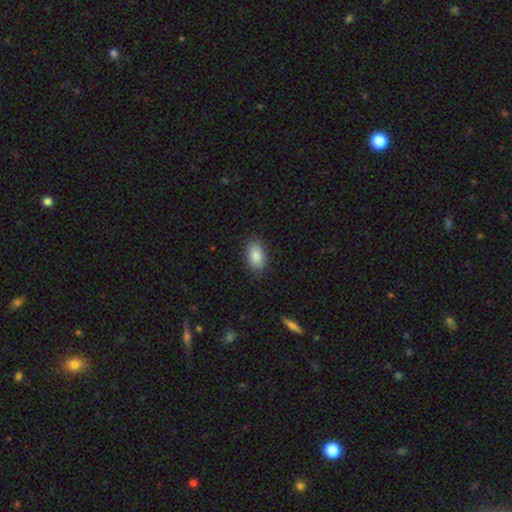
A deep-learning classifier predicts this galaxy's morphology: A smooth galaxy with no disk features (86%) that is in between round and cigar-shaped (92%).

Vote fractions:
- Smooth or featured? smooth: 86% / star or artifact: 7% / featured or disk: 7%
- How rounded? in between: 92% / round: 6% / cigar-shaped: 2%
- Merging? none: 85% / minor disturbance: 11% / major disturbance: 3% / merger: 1%